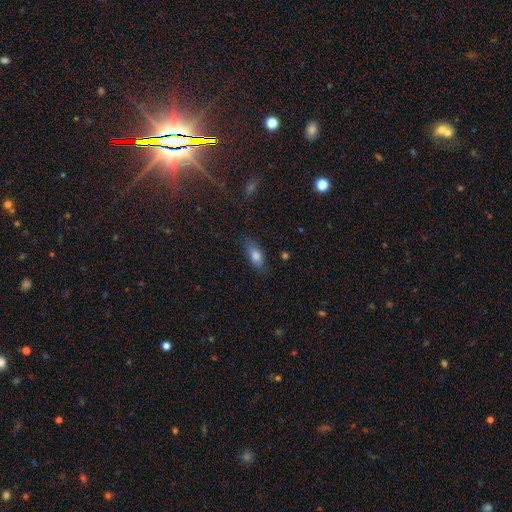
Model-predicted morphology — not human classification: This appears to be a smooth galaxy with no disk features (77%) that is in between round and cigar-shaped (78%). Merging: none (71%).